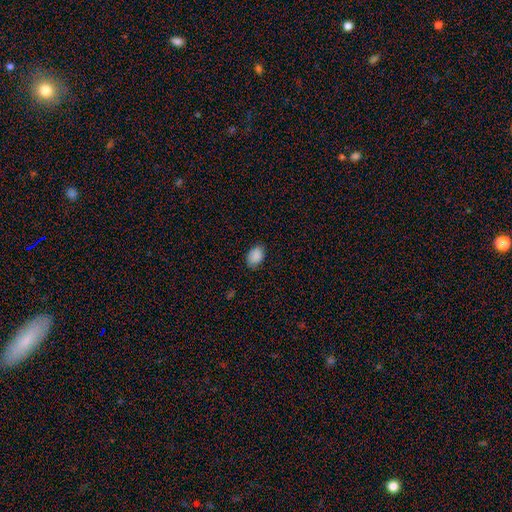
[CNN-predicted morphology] Smooth or featured? smooth (89%)
How rounded? in between (82%)
Merging? none (80%)